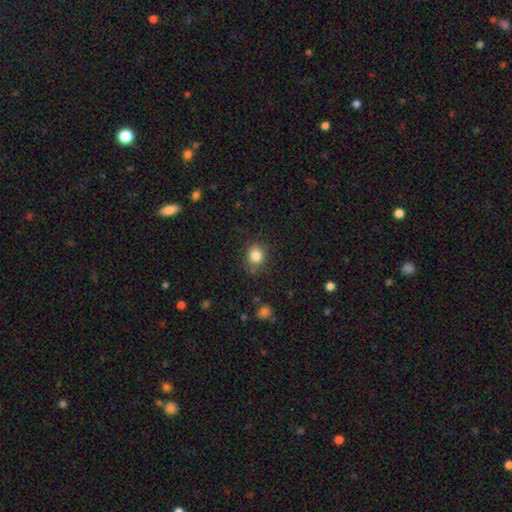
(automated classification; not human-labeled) Smooth or featured? smooth (84%)
How rounded? round (75%)
Merging? none (78%)